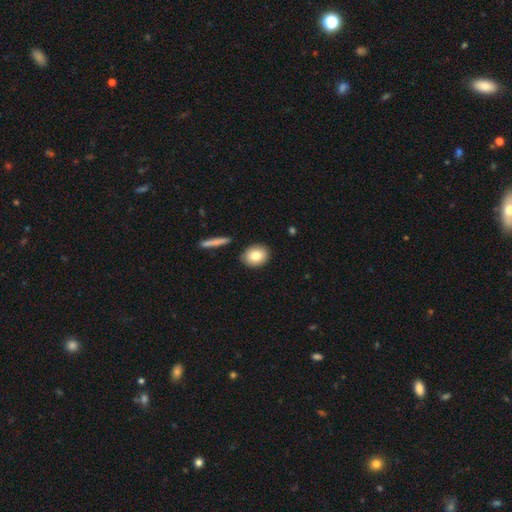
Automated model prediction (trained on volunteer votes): This appears to be a smooth galaxy with no disk features (81%) that is round (50%). Merging: none (88%).